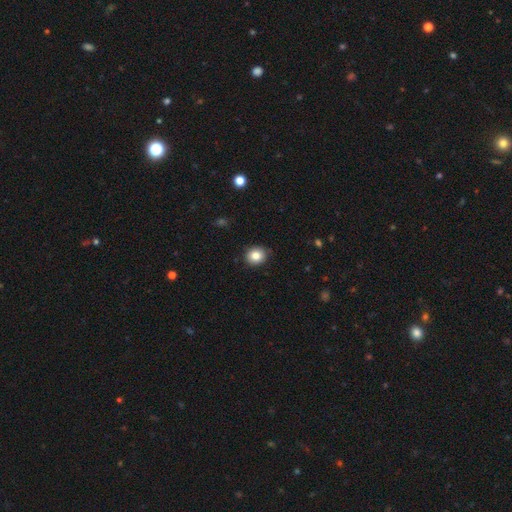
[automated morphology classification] Smooth or featured? smooth (84%)
How rounded? round (77%)
Merging? none (88%)